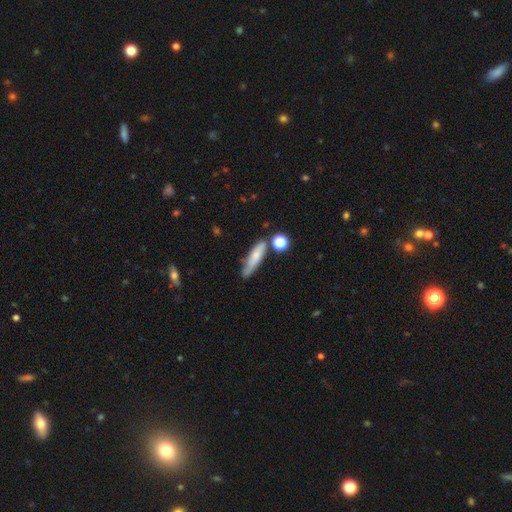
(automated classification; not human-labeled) Overall: smooth (66%; featured or disk 26%). How rounded: cigar-shaped (74%). Merging: none (63%).